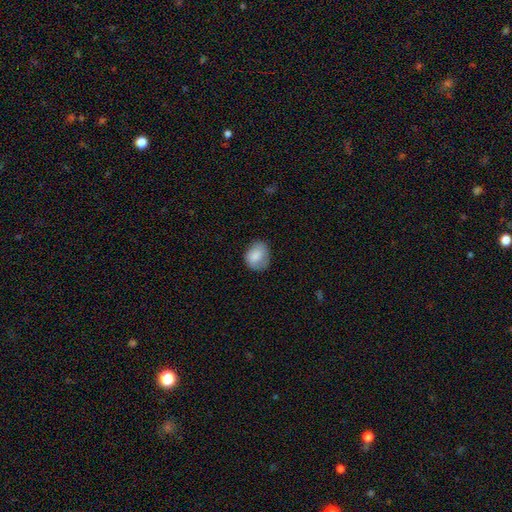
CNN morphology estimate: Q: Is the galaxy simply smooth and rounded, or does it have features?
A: smooth — 83%.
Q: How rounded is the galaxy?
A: round — 54%.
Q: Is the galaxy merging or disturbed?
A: none — 64%.